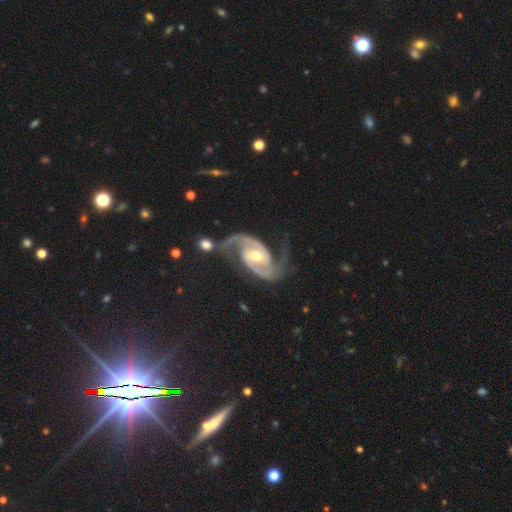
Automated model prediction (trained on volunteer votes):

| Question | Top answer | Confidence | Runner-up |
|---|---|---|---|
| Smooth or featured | featured or disk | 93% | star or artifact (4%) |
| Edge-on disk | no | 98% | yes (2%) |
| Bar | weak | 43% | strong (29%) |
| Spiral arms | yes | 98% | no (2%) |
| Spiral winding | medium | 58% | tight (22%) |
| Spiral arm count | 2 | 94% | can't tell (2%) |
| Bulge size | moderate | 72% | small (21%) |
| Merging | none | 68% | minor disturbance (18%) |